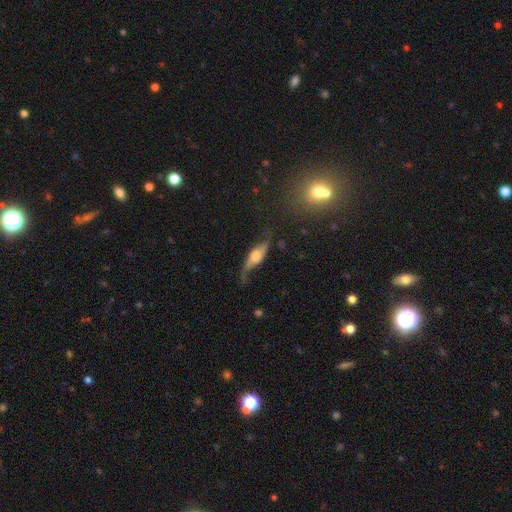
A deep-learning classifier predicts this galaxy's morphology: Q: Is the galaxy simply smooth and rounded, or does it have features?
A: featured or disk — 61%.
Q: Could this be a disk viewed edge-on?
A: no — 53%.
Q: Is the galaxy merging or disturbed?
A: none — 51%.